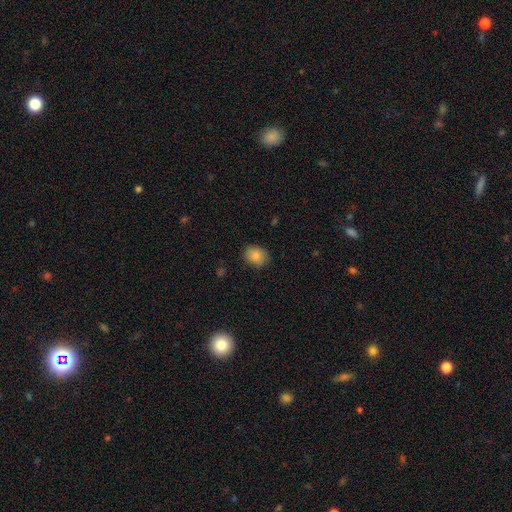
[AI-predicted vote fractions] A smooth galaxy with no disk features (85%) that is round (50%).

Vote fractions:
- Smooth or featured? smooth: 85% / star or artifact: 9% / featured or disk: 6%
- How rounded? round: 50% / in between: 49% / cigar-shaped: 1%
- Merging? none: 85% / minor disturbance: 12% / major disturbance: 3% / merger: 1%